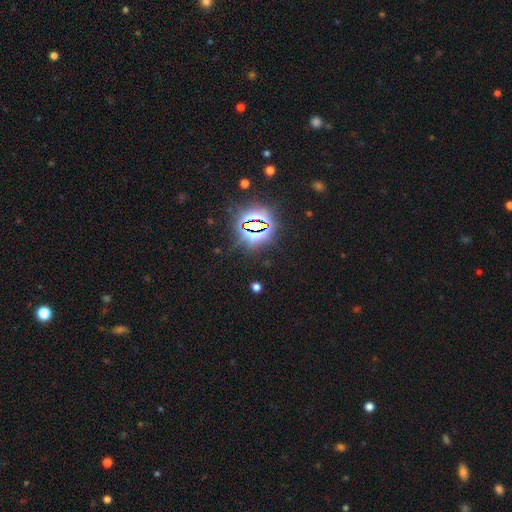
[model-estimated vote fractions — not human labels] Overall: star or artifact (84%).